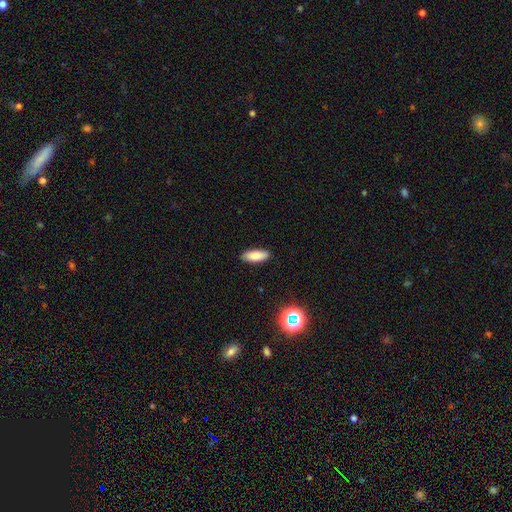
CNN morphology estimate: Smooth or featured?
  - smooth: 84% *
  - star or artifact: 8%
  - featured or disk: 8%
How rounded?
  - in between: 71% *
  - cigar-shaped: 26%
  - round: 2%
Merging?
  - none: 88% *
  - minor disturbance: 9%
  - major disturbance: 2%
  - merger: 1%